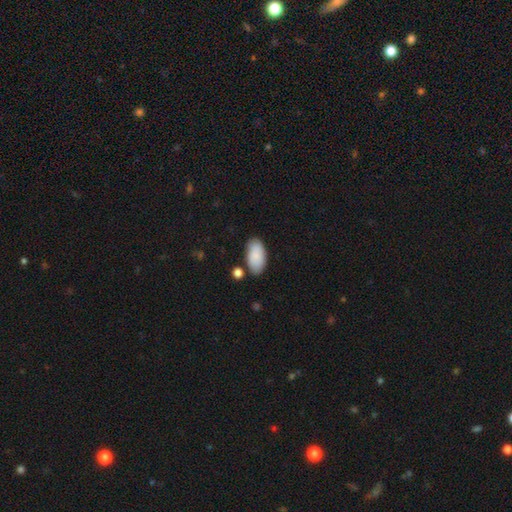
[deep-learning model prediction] Overall: smooth (88%). How rounded: in between (95%). Merging: none (75%).